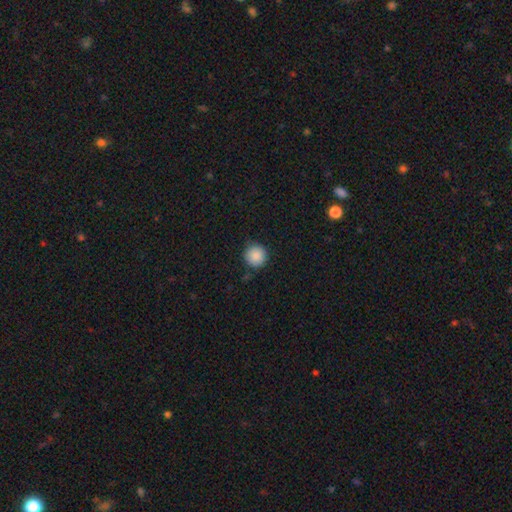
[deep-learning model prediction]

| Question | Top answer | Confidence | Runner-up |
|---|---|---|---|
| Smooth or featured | smooth | 88% | star or artifact (8%) |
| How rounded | round | 95% | in between (4%) |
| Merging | none | 86% | minor disturbance (10%) |